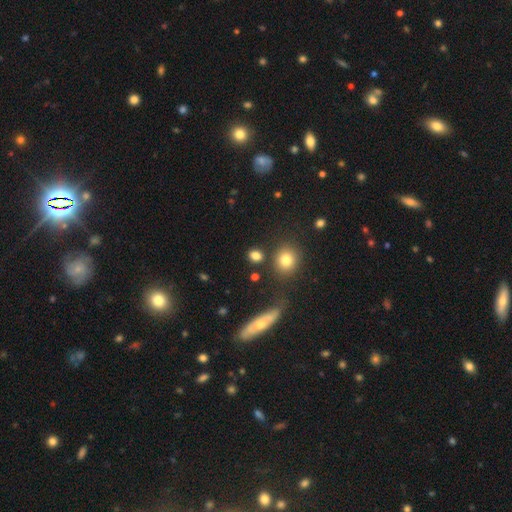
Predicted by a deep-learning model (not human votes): smooth_or_featured: smooth (p=0.80) [alt: star or artifact p=0.12]
how_rounded: round (p=0.59) [alt: in between p=0.38]
merging: none (p=0.79) [alt: minor disturbance p=0.10]